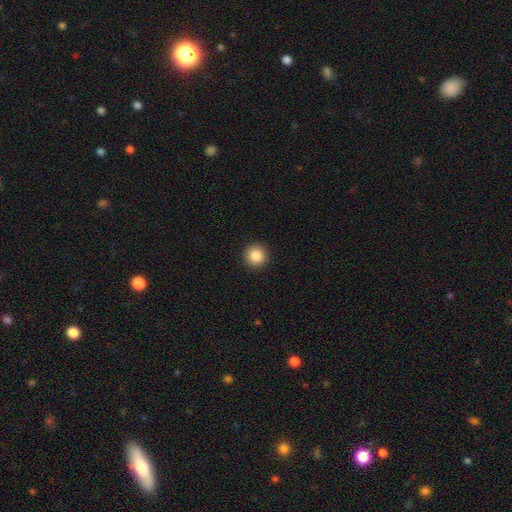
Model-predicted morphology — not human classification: This is clearly a smooth galaxy (86%). How rounded: clearly round (94%). Merging: clearly none (93%).